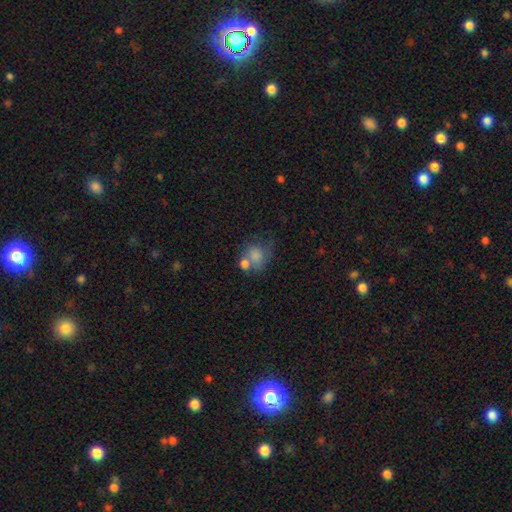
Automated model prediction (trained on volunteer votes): Smooth or featured?
  - smooth: 74% *
  - featured or disk: 16%
  - star or artifact: 10%
How rounded?
  - round: 62% *
  - in between: 37%
  - cigar-shaped: 1%
Merging?
  - merger: 37% *
  - none: 31%
  - minor disturbance: 18%
  - major disturbance: 14%